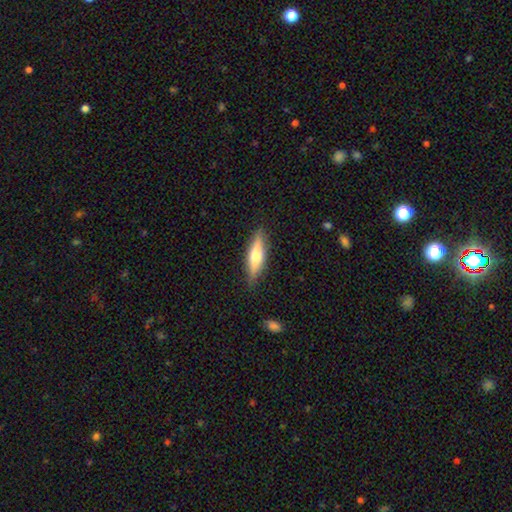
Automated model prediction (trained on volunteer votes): smooth 51%, featured or disk 43%, star or artifact 6%. Down the decision tree: how rounded — cigar-shaped (69%); merging — none (87%).